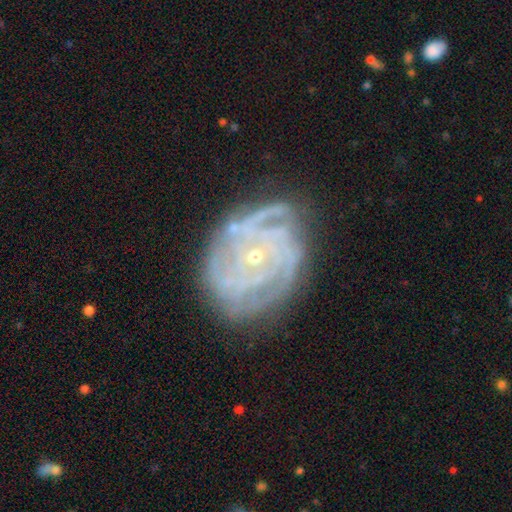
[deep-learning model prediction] Q: Smooth or featured?
A: featured or disk (85%); runner-up: star or artifact (9%)
Q: Edge-on disk?
A: no (97%); runner-up: yes (3%)
Q: Bar?
A: no (73%); runner-up: weak (20%)
Q: Spiral arms?
A: yes (96%); runner-up: no (4%)
Q: Spiral winding?
A: tight (73%); runner-up: medium (22%)
Q: Spiral arm count?
A: can't tell (26%); runner-up: 4 (23%)
Q: Bulge size?
A: small (81%); runner-up: moderate (15%)
Q: Merging?
A: none (73%); runner-up: minor disturbance (18%)